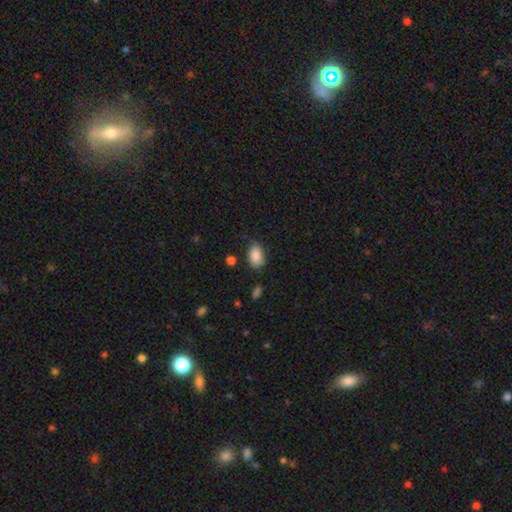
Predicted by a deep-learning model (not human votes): This is clearly a smooth galaxy (88%). How rounded: clearly in between (90%). Merging: likely none (72%).